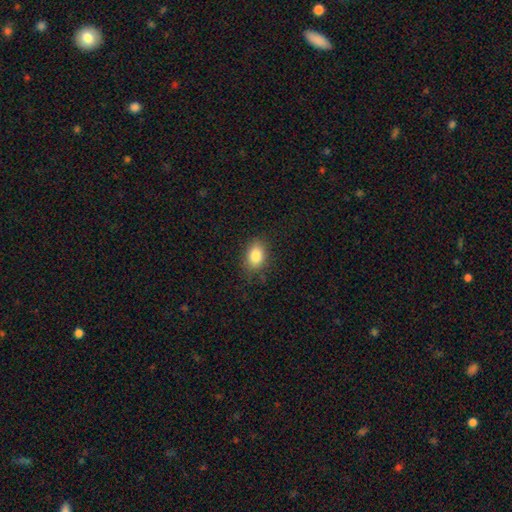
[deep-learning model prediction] A smooth galaxy with no disk features (84%) that is in between round and cigar-shaped (77%).

Vote fractions:
- Smooth or featured? smooth: 84% / star or artifact: 9% / featured or disk: 7%
- How rounded? in between: 77% / round: 22% / cigar-shaped: 1%
- Merging? none: 82% / minor disturbance: 14% / major disturbance: 4% / merger: 1%